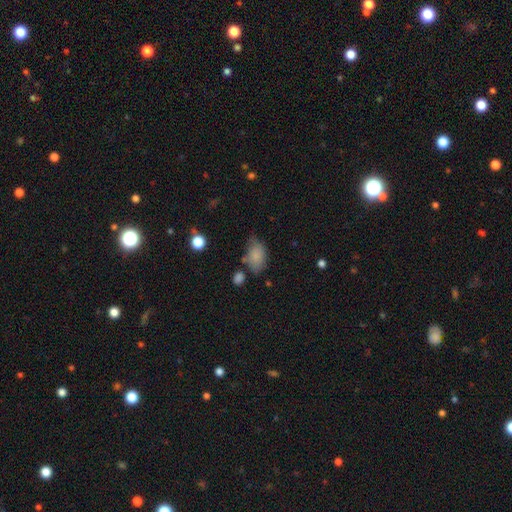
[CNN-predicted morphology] Smooth or featured?
  - smooth: 82% *
  - featured or disk: 10%
  - star or artifact: 8%
How rounded?
  - in between: 90% *
  - round: 8%
  - cigar-shaped: 2%
Merging?
  - none: 56% *
  - minor disturbance: 28%
  - major disturbance: 8%
  - merger: 7%